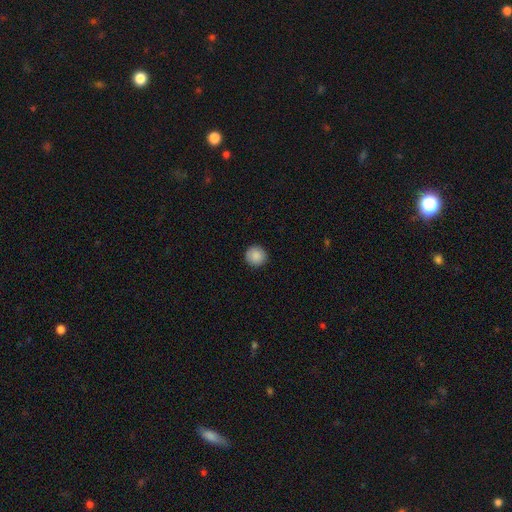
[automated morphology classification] smooth-or-featured: smooth: 88% | star or artifact: 8% | featured or disk: 4%
  how-rounded: round: 94% | in between: 5% | cigar-shaped: 1%
  merging: none: 91% | minor disturbance: 6% | major disturbance: 2% | merger: 1%